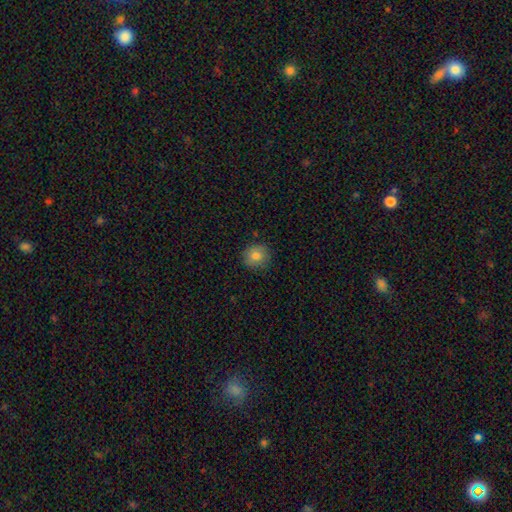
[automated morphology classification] Smooth or featured: smooth — 83% (star or artifact — 9%)
How rounded: round — 88% (in between — 11%)
Merging: none — 85% (minor disturbance — 11%)